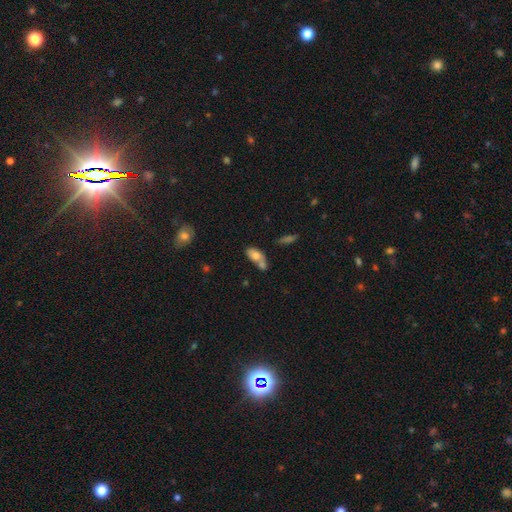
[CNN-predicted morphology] smooth_or_featured: smooth (p=0.70) [alt: featured or disk p=0.21]
how_rounded: in between (p=0.85) [alt: round p=0.09]
merging: merger (p=0.51) [alt: none p=0.27]